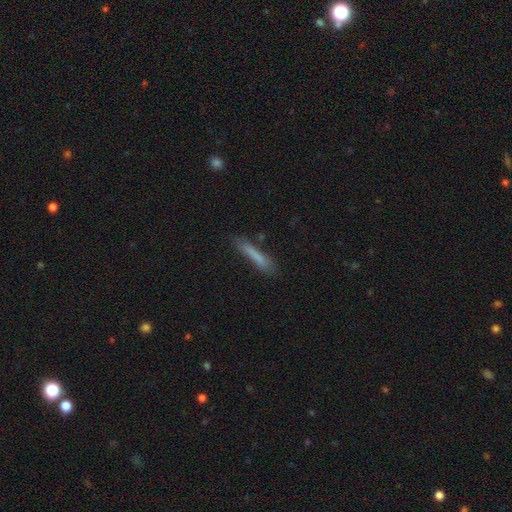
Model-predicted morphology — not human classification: Smooth or featured?
  - smooth: 75% *
  - featured or disk: 17%
  - star or artifact: 8%
How rounded?
  - cigar-shaped: 92% *
  - in between: 6%
  - round: 1%
Merging?
  - none: 73% *
  - minor disturbance: 18%
  - major disturbance: 5%
  - merger: 4%